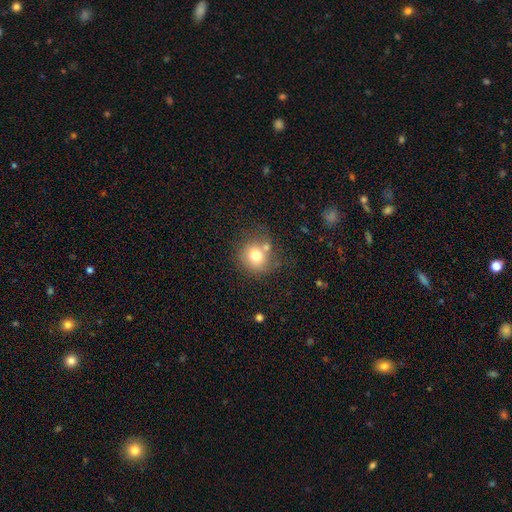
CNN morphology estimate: Smooth or featured? smooth (74%)
How rounded? round (82%)
Merging? none (60%)